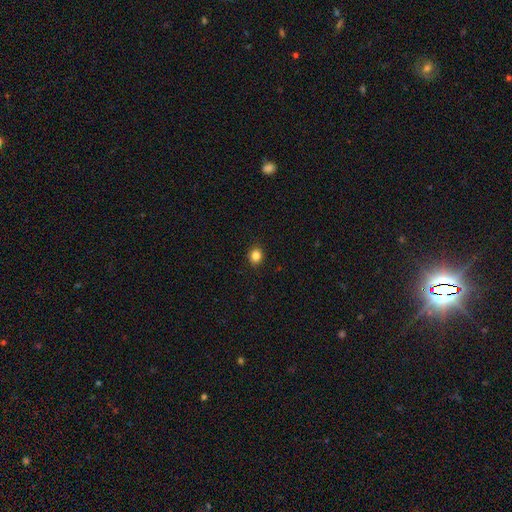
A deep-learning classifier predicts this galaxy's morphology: Overall: smooth (84%). How rounded: round (74%). Merging: none (91%).